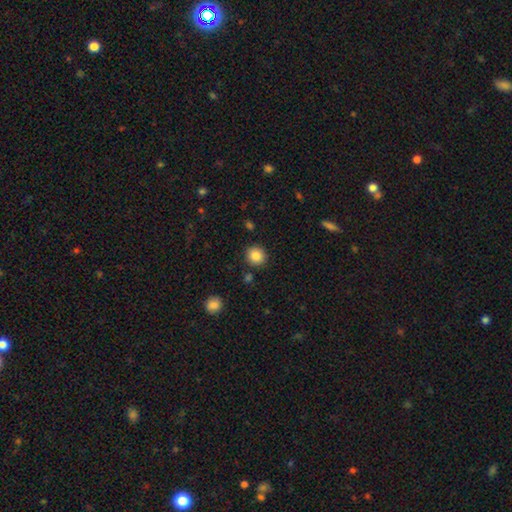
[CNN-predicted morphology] type=smooth (86%); roundness=round (91%); merging=none (88%).